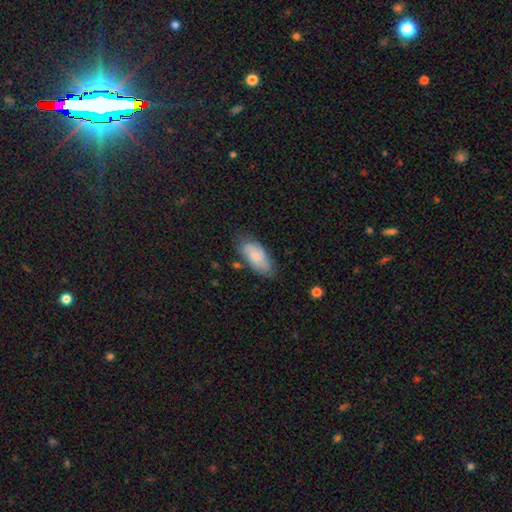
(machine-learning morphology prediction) Smooth or featured?
  - smooth: 76% *
  - featured or disk: 17%
  - star or artifact: 6%
How rounded?
  - in between: 88% *
  - cigar-shaped: 10%
  - round: 2%
Merging?
  - none: 69% *
  - minor disturbance: 23%
  - major disturbance: 5%
  - merger: 3%